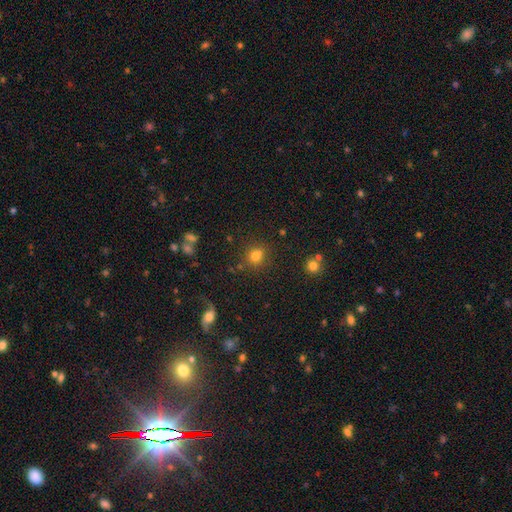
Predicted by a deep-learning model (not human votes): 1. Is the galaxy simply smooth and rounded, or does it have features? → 77% smooth, 15% star or artifact, 9% featured or disk.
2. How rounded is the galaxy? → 71% round, 28% in between, 1% cigar-shaped.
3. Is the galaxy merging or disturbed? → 77% none, 11% minor disturbance, 7% merger, 5% major disturbance.